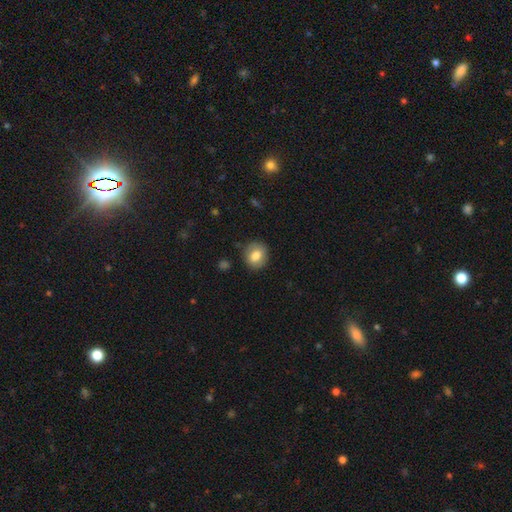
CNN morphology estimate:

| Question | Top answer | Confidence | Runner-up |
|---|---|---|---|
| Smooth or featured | smooth | 79% | featured or disk (13%) |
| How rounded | round | 71% | in between (28%) |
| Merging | none | 85% | minor disturbance (11%) |